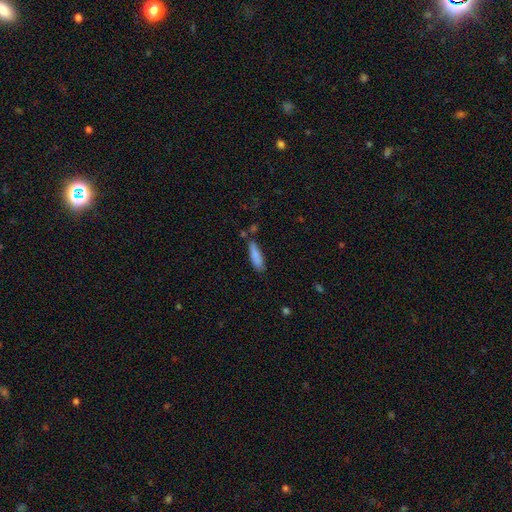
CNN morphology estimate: smooth-or-featured: smooth: 86% | featured or disk: 8% | star or artifact: 6%
  how-rounded: cigar-shaped: 61% | in between: 37% | round: 2%
  merging: none: 72% | minor disturbance: 19% | merger: 6% | major disturbance: 4%